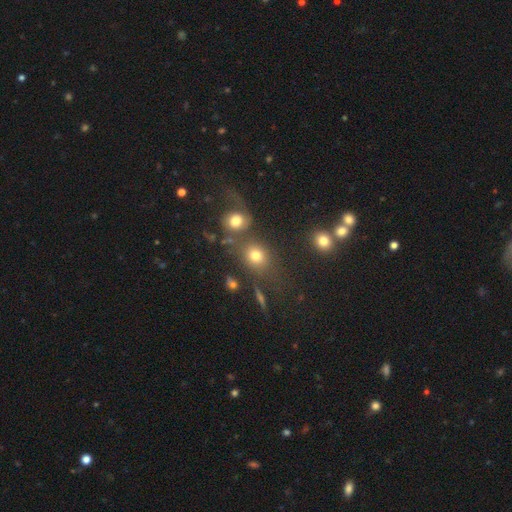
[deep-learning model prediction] This appears to be a smooth galaxy with no disk features (74%) that is round (66%). Merging: none (59%).